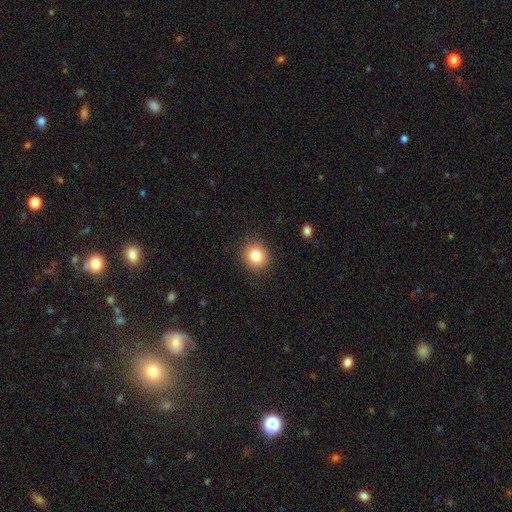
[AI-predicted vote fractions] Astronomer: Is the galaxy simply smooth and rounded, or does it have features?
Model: smooth — 82%.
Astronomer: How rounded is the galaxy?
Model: round — 83%.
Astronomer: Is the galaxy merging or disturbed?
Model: none — 89%.